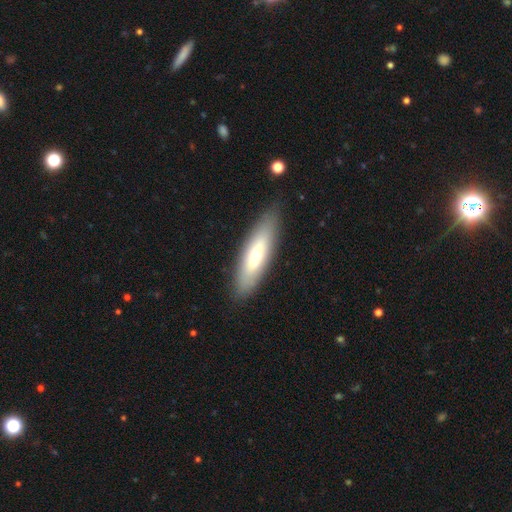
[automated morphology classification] This is likely a smooth galaxy (61%). How rounded: possibly cigar-shaped (59%). Merging: clearly none (86%).